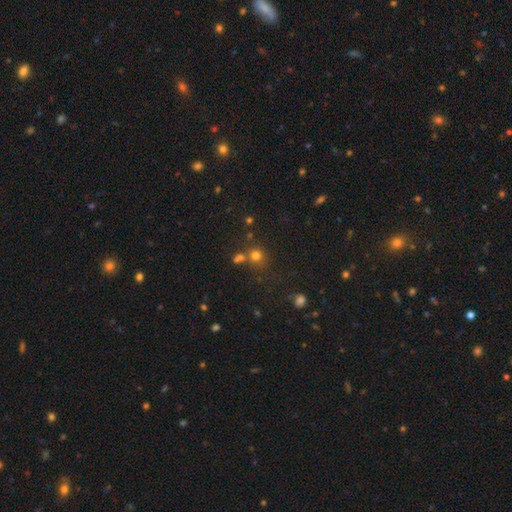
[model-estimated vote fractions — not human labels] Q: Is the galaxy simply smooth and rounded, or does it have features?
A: smooth — 71%.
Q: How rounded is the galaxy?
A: round — 86%.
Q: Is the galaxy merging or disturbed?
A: none — 63%.